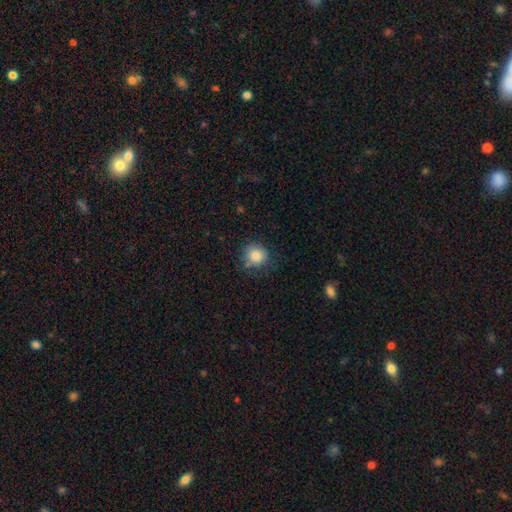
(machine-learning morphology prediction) Smooth or featured? Predicted: smooth (p=0.85). How rounded? Predicted: round (p=0.87). Merging? Predicted: none (p=0.76).